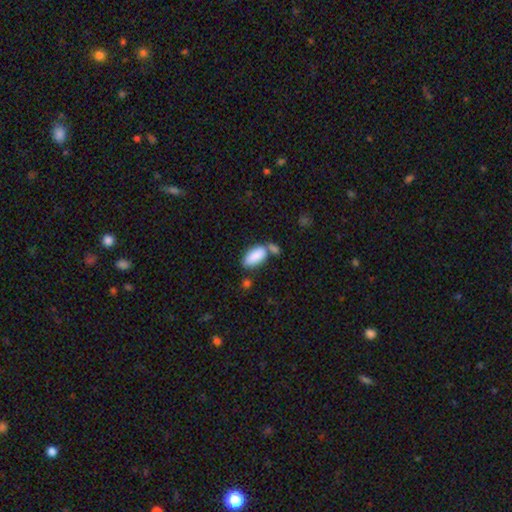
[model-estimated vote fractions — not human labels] A smooth galaxy with no disk features (87%) that is in between round and cigar-shaped (91%).

Vote fractions:
- Smooth or featured? smooth: 87% / star or artifact: 7% / featured or disk: 7%
- How rounded? in between: 91% / cigar-shaped: 7% / round: 2%
- Merging? none: 47% / merger: 31% / minor disturbance: 16% / major disturbance: 6%